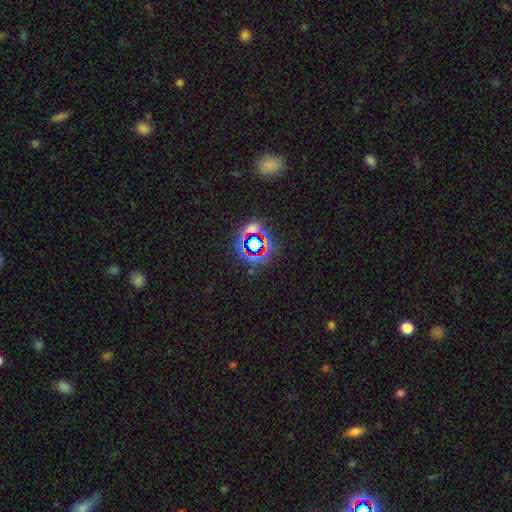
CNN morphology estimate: Smooth or featured? Predicted: star or artifact (p=0.72).